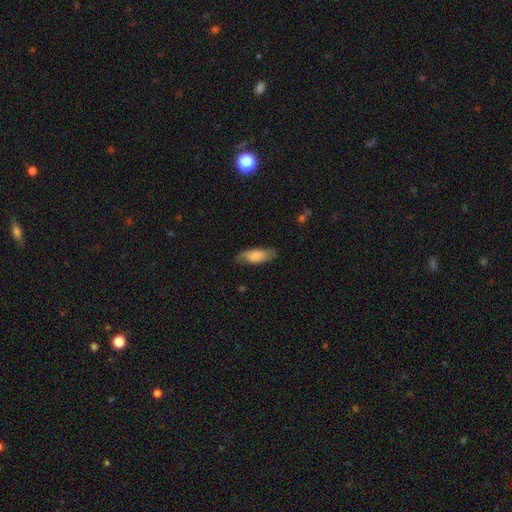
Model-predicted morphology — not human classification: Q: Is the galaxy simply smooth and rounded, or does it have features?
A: smooth — 72%.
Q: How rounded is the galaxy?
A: in between — 73%.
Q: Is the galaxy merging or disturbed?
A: none — 69%.